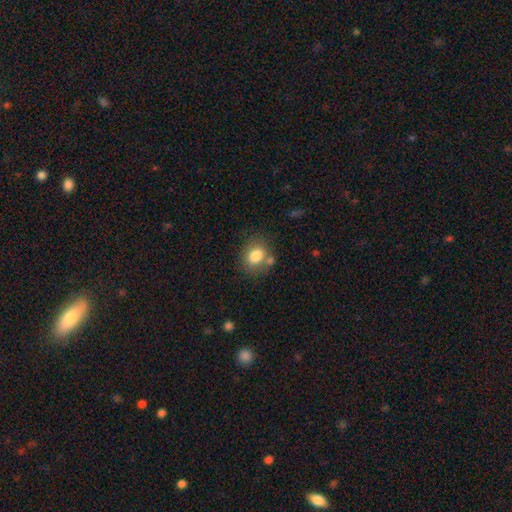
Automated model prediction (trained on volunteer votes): Morphology: type=smooth (81%); roundness=in between (56%); merging=none (66%).